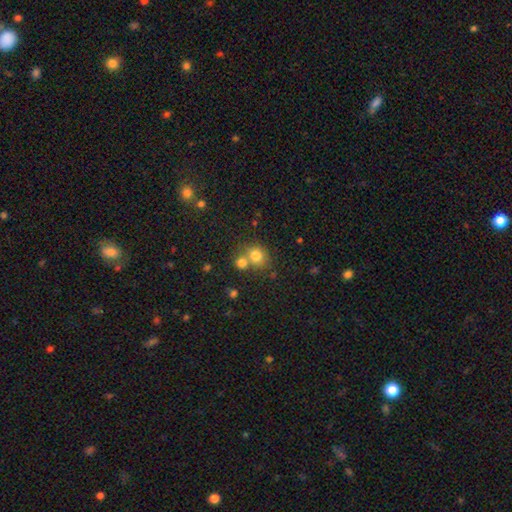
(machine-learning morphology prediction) Q: Smooth or featured?
A: smooth (78%); runner-up: star or artifact (12%)
Q: How rounded?
A: round (76%); runner-up: in between (23%)
Q: Merging?
A: none (49%); runner-up: merger (40%)